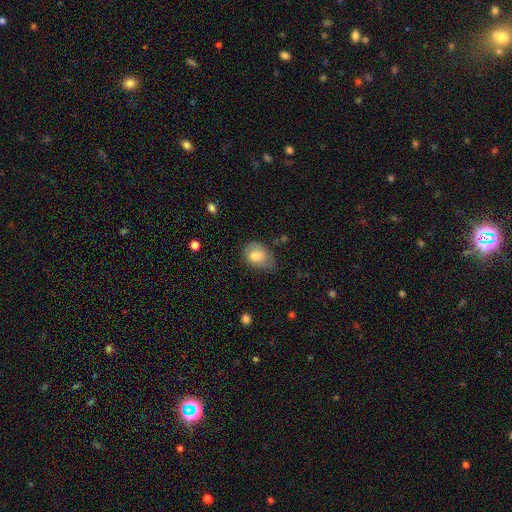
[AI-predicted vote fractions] Q: Smooth or featured?
A: smooth (73%); runner-up: featured or disk (19%)
Q: How rounded?
A: in between (70%); runner-up: round (29%)
Q: Merging?
A: none (42%); runner-up: minor disturbance (40%)